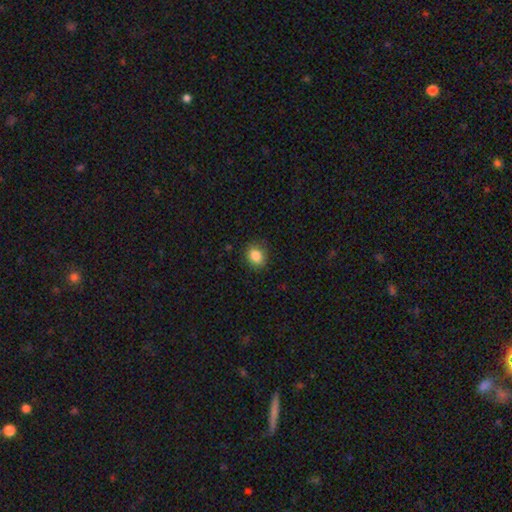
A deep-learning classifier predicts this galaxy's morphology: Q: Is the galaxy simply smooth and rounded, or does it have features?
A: smooth — 86%.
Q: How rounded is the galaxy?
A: round — 56%.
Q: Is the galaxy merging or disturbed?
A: none — 86%.